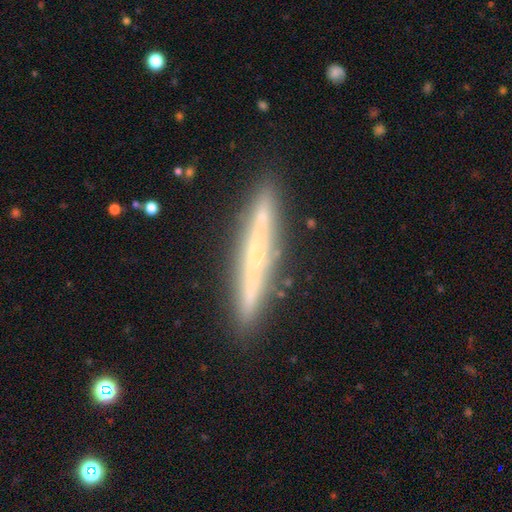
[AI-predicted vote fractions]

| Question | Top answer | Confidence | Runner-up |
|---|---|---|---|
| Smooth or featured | featured or disk | 58% | smooth (35%) |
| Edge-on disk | yes | 95% | no (5%) |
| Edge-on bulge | none | 83% | rounded (12%) |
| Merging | none | 88% | minor disturbance (8%) |